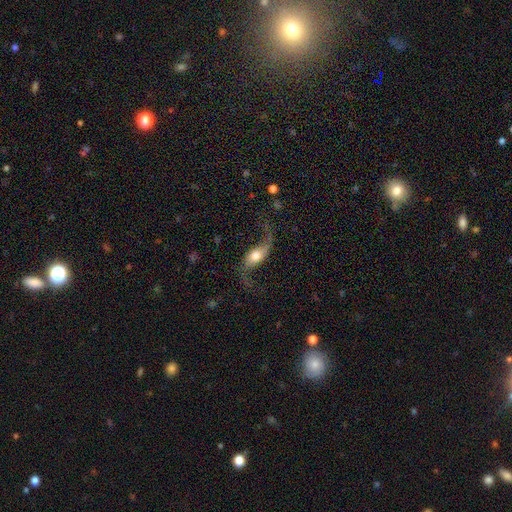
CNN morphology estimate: Overall: featured or disk (77%). Edge-on disk: no (89%). Bar: no (53%; weak 29%). Spiral arms: yes (93%). Spiral arm count: 2 (93%). Spiral winding: loose (93%). Bulge size: moderate (59%). Merging: none (65%).